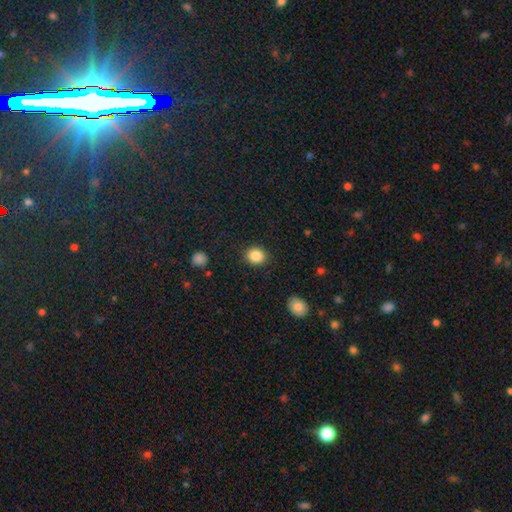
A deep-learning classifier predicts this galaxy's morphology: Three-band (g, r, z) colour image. It shows a smooth galaxy with no disk features (87%) that is round (79%). Merging: none (90%).